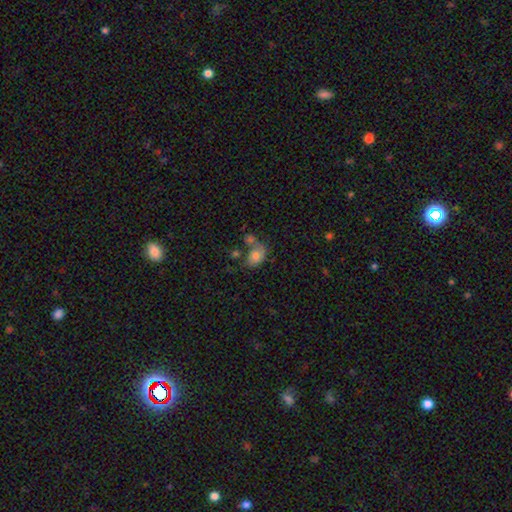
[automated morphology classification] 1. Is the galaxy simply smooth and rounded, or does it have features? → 67% smooth, 24% featured or disk, 9% star or artifact.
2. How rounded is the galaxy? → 70% in between, 28% round, 1% cigar-shaped.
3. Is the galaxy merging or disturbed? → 42% merger, 26% none, 16% minor disturbance, 16% major disturbance.